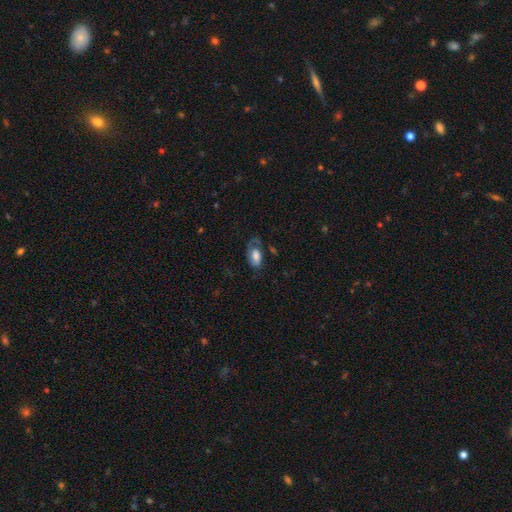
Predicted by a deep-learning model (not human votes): Smooth or featured? smooth (61%)
How rounded? in between (92%)
Merging? none (41%)